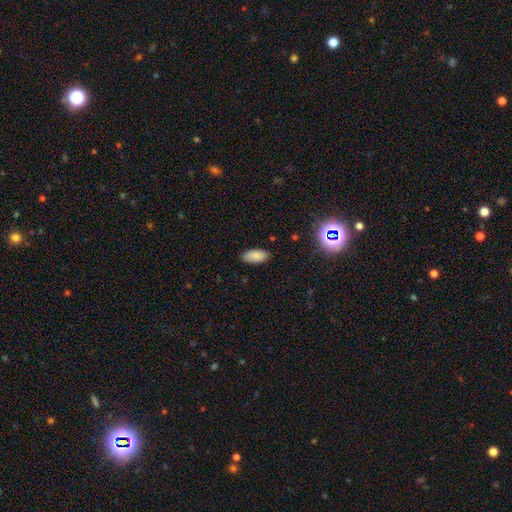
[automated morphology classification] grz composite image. It shows a smooth galaxy with no disk features (84%) that is in between round and cigar-shaped (92%). Merging: none (86%).